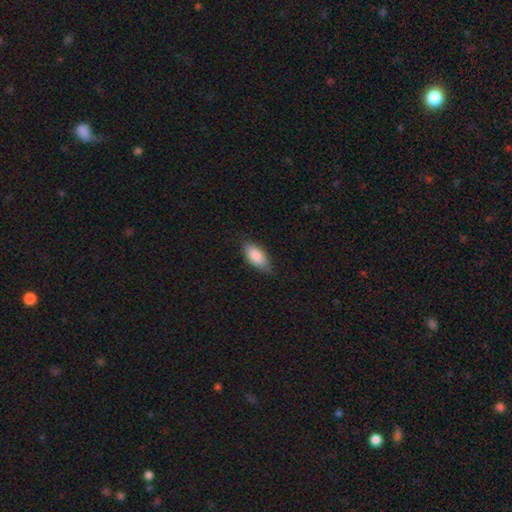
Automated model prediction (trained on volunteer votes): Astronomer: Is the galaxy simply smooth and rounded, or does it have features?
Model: smooth — 86%.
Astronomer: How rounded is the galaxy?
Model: in between — 87%.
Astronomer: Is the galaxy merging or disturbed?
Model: none — 78%.